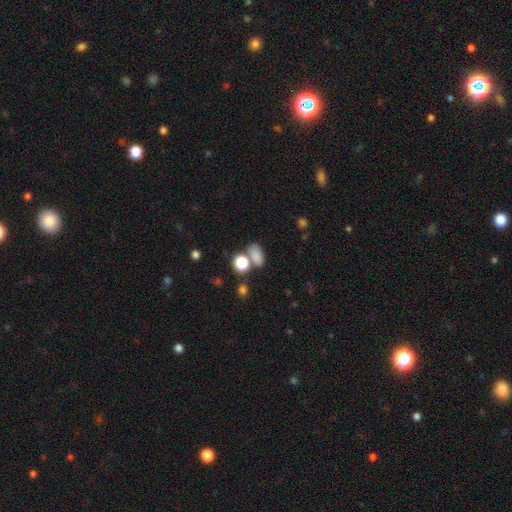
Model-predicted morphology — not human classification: A smooth galaxy with no disk features (80%) that is in between round and cigar-shaped (79%).

Vote fractions:
- Smooth or featured? smooth: 80% / star or artifact: 13% / featured or disk: 7%
- How rounded? in between: 79% / round: 17% / cigar-shaped: 3%
- Merging? none: 55% / merger: 26% / minor disturbance: 13% / major disturbance: 6%